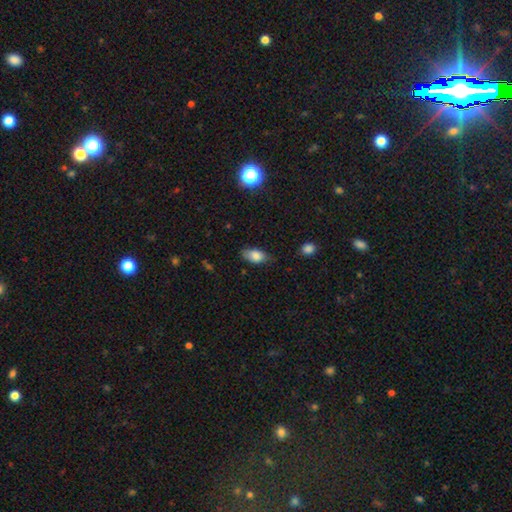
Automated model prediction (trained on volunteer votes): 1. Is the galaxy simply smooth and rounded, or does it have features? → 80% smooth, 12% featured or disk, 8% star or artifact.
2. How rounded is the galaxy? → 90% in between, 5% round, 5% cigar-shaped.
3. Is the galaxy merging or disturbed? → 68% none, 26% minor disturbance, 5% major disturbance, 2% merger.